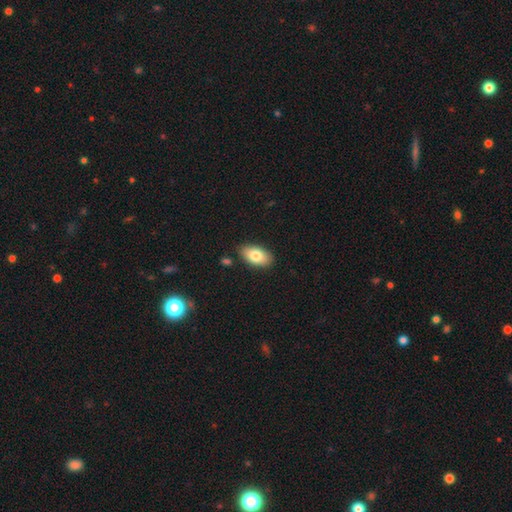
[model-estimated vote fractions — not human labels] This appears to be a smooth galaxy with no disk features (80%) that is in between round and cigar-shaped (93%). Merging: none (85%).